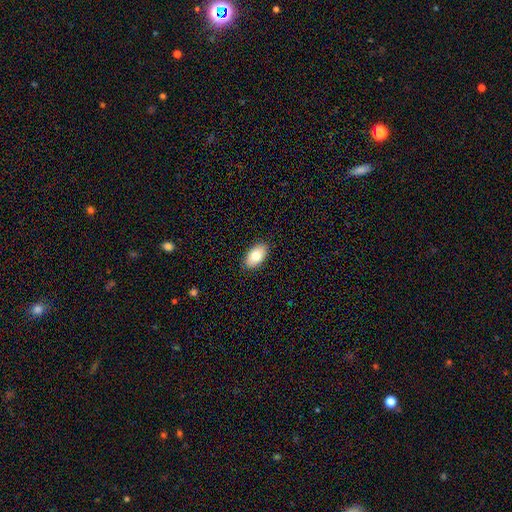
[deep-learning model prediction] smooth 80%, featured or disk 13%, star or artifact 7%. Down the decision tree: how rounded — in between (94%); merging — none (89%).